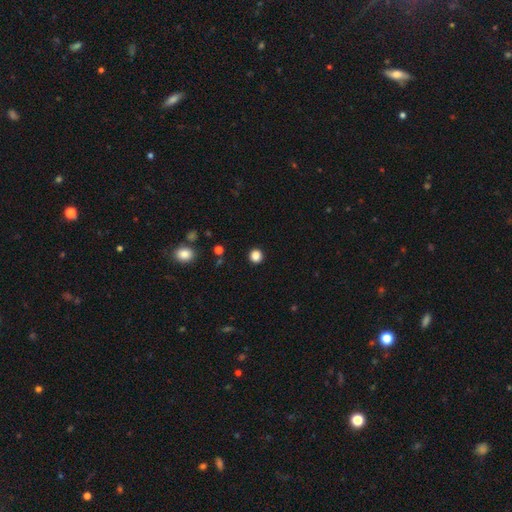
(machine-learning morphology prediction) This appears to be a smooth galaxy with no disk features (84%) that is round (92%). Merging: none (92%).